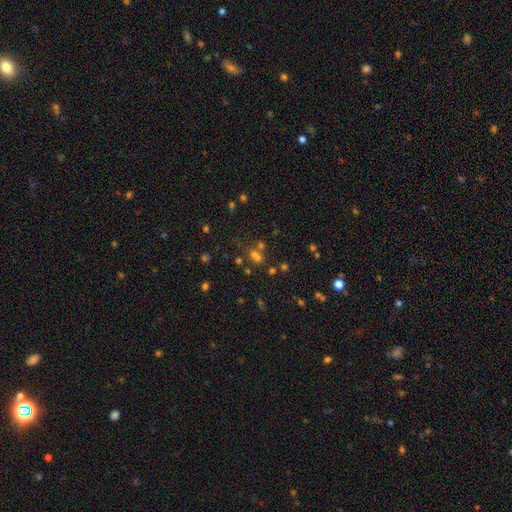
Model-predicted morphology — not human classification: Smooth or featured? smooth (49%)
Merging? none (52%)